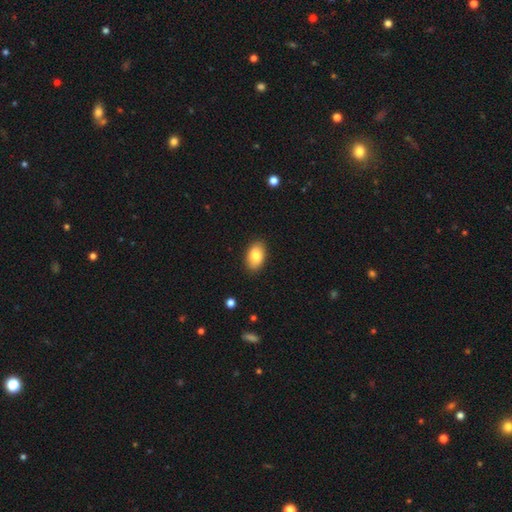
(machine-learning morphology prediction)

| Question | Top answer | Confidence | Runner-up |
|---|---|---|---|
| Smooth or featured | smooth | 84% | featured or disk (9%) |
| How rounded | in between | 92% | round (7%) |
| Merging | none | 88% | minor disturbance (9%) |